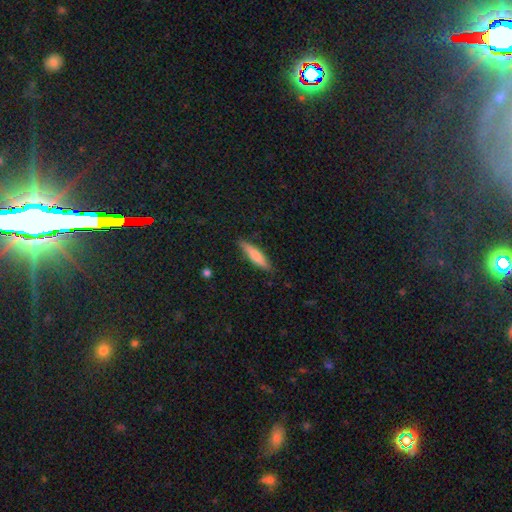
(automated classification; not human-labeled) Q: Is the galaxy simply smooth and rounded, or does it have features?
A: smooth — 70%.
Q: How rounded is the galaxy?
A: cigar-shaped — 83%.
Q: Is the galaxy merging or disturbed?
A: none — 86%.